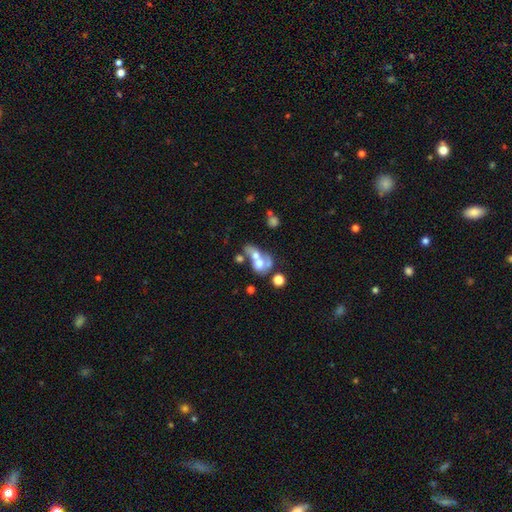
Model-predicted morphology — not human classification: Smooth or featured?
  - smooth: 51% *
  - featured or disk: 37%
  - star or artifact: 12%
How rounded?
  - in between: 59% *
  - round: 39%
  - cigar-shaped: 2%
Merging?
  - merger: 68% *
  - none: 14%
  - major disturbance: 11%
  - minor disturbance: 7%